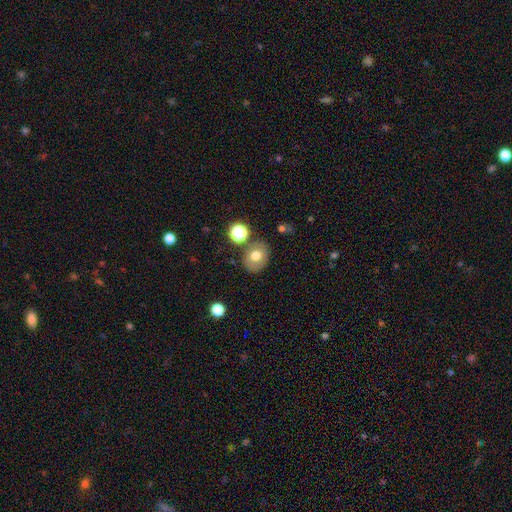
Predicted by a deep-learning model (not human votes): Smooth or featured? Predicted: smooth (p=0.70). How rounded? Predicted: round (p=0.51). Merging? Predicted: none (p=0.78).